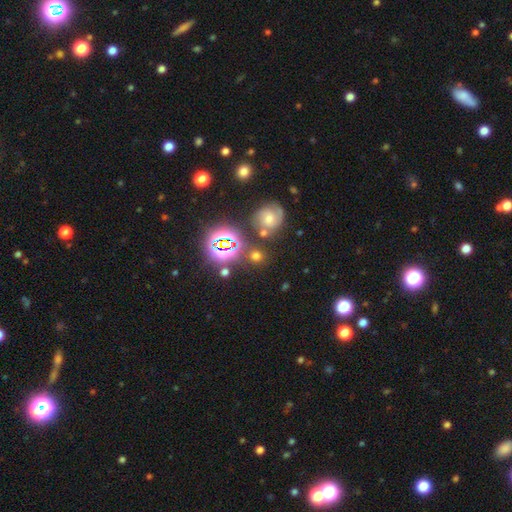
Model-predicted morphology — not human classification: Q: Smooth or featured?
A: smooth (56%); runner-up: star or artifact (32%)
Q: How rounded?
A: round (83%); runner-up: in between (15%)
Q: Merging?
A: none (74%); runner-up: merger (12%)